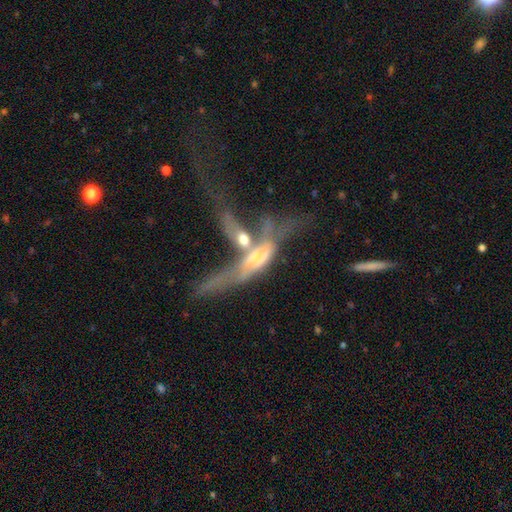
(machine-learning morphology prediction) This is likely a featured or disk galaxy (68%). It is possibly viewed edge-on (56%). Merging: likely merger (64%).